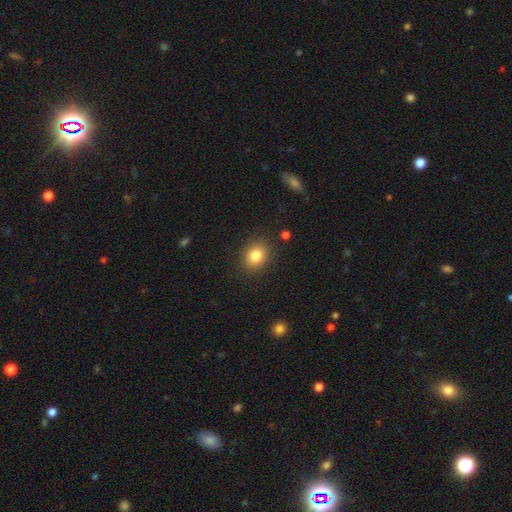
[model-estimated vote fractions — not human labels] The model was most divided on "how rounded": round: 56%, in between: 43%, cigar-shaped: 1%. More confident: merging — none (87%); smooth or featured — smooth (83%).